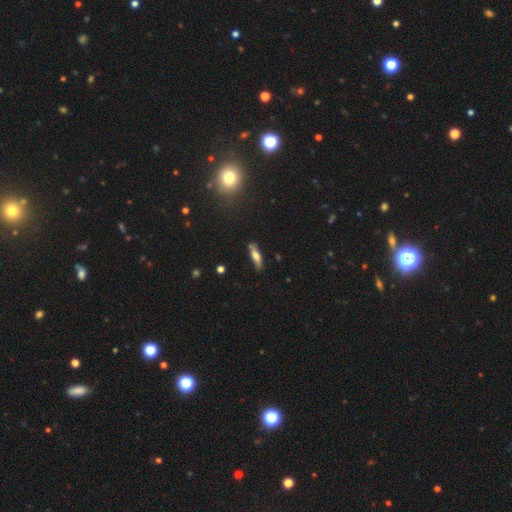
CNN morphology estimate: This is possibly a smooth galaxy (59%). How rounded: likely cigar-shaped (69%). Merging: likely none (77%).